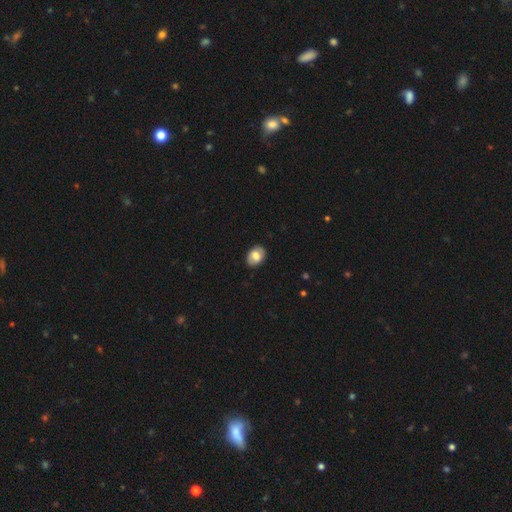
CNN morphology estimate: type=smooth (71%); roundness=in between (75%); merging=none (86%).